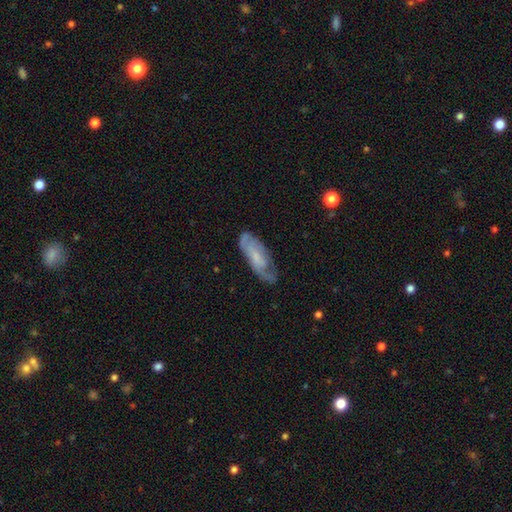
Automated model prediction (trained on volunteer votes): A featured or disk galaxy (58%). Merging: none (65%).